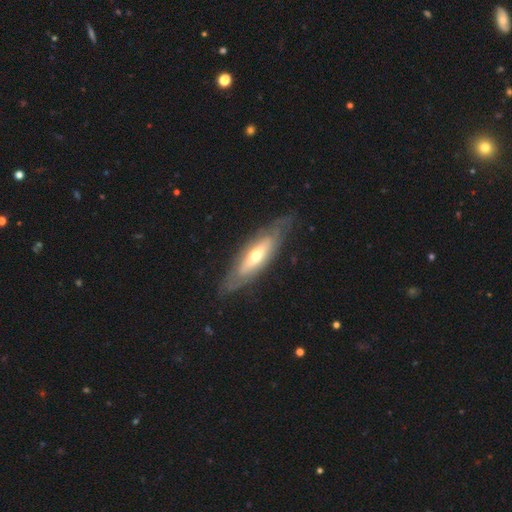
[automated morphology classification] Overall: featured or disk (64%; smooth 31%). Edge-on disk: no (59%; yes 41%). Merging: none (75%).